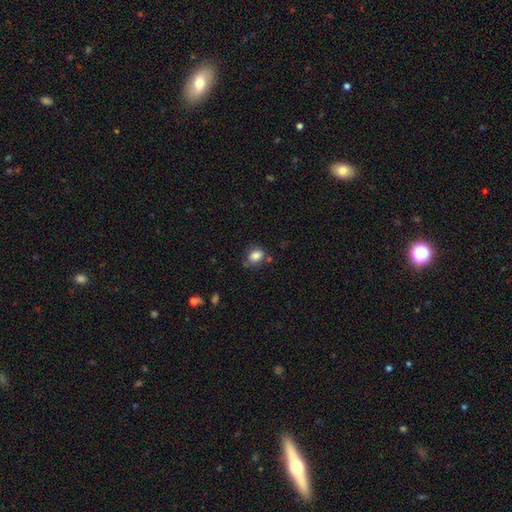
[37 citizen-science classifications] A smooth galaxy with no disk features (89%) that is in between round and cigar-shaped (76%).

Vote fractions:
- Smooth or featured? smooth: 89% / featured or disk: 5% / star or artifact: 5%
- How rounded? in between: 76% / round: 24% / cigar-shaped: 0%
- Merging? none: 60% / minor disturbance: 26% / merger: 9% / major disturbance: 6%